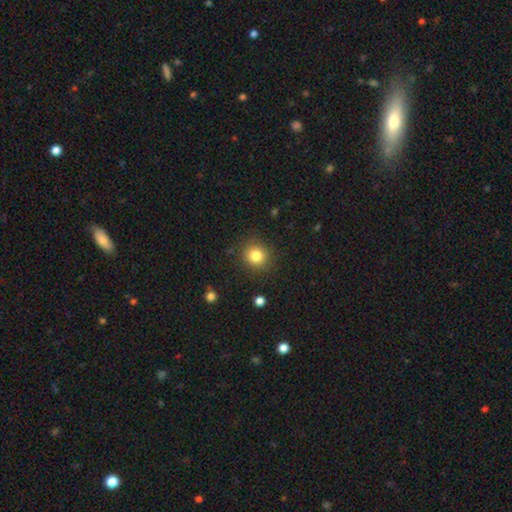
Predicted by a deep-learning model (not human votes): A smooth galaxy with no disk features (82%) that is round (87%).

Vote fractions:
- Smooth or featured? smooth: 82% / star or artifact: 11% / featured or disk: 6%
- How rounded? round: 87% / in between: 12% / cigar-shaped: 1%
- Merging? none: 87% / minor disturbance: 8% / major disturbance: 3% / merger: 1%